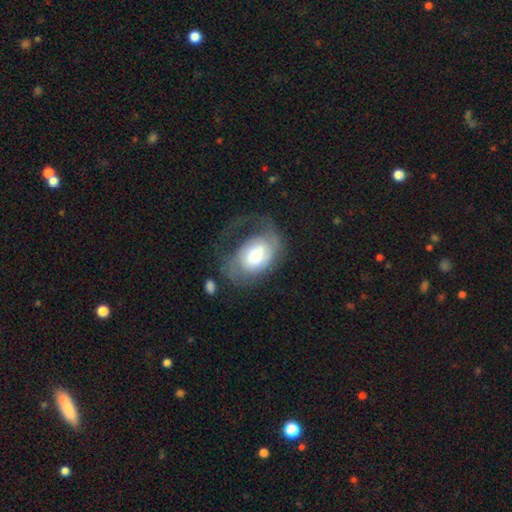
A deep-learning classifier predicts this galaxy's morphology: The model was most divided on "merging": major disturbance: 42%, none: 34%, minor disturbance: 21%, merger: 3%. More confident: edge-on disk — no (95%); spiral arms — yes (75%); bar — no (61%); smooth or featured — featured or disk (57%); bulge size — moderate (56%).